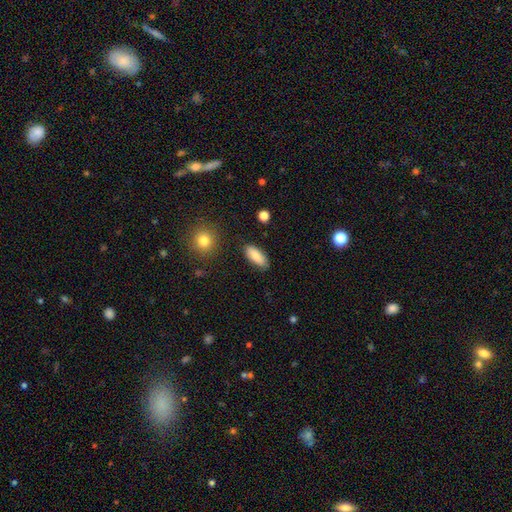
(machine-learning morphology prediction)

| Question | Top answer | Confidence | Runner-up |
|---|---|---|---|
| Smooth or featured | smooth | 86% | featured or disk (7%) |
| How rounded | in between | 82% | cigar-shaped (16%) |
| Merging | none | 86% | minor disturbance (10%) |